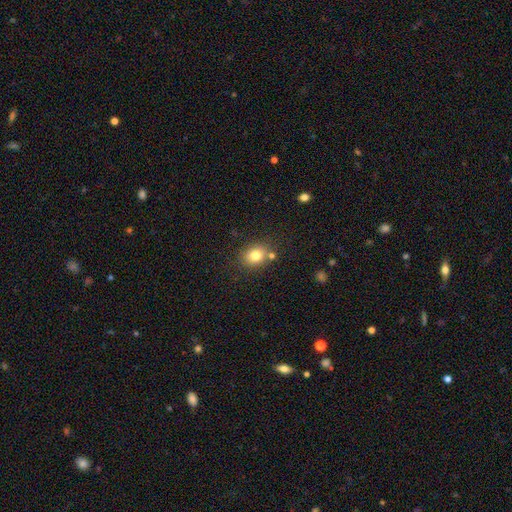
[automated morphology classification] This appears to be a smooth galaxy with no disk features (80%) that is round (51%). Merging: none (74%).